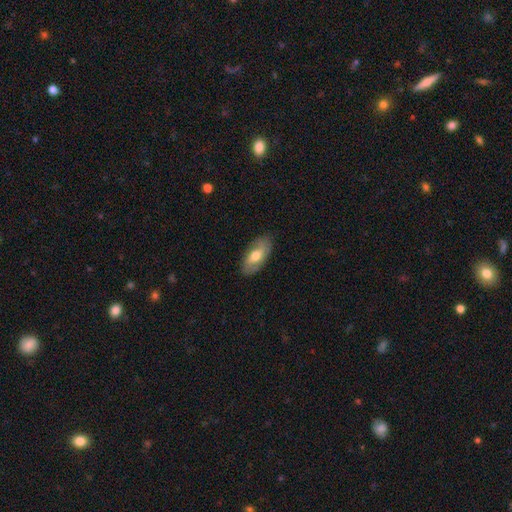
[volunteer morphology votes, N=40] Overall: featured or disk (50%; smooth 48%). Edge-on disk: no (85%). Bar: weak (65%; no 29%). Spiral arms: yes (59%; no 41%). Spiral arm count: 2 (80%). Spiral winding: medium (40%, tied with loose). Bulge size: moderate (94%). Merging: none (95%).